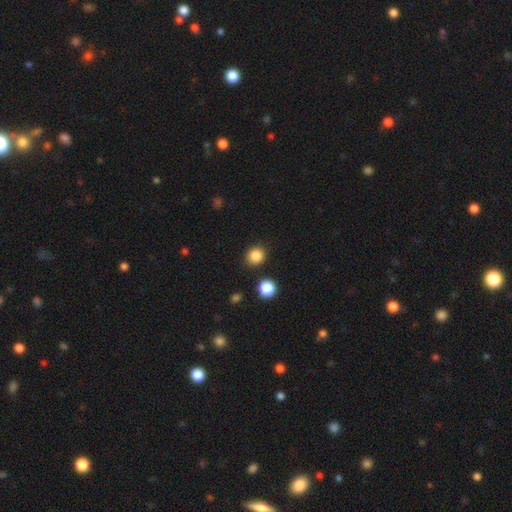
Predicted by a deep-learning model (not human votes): The model was most divided on "how rounded": round: 86%, in between: 13%, cigar-shaped: 1%. More confident: merging — none (88%); smooth or featured — smooth (86%).